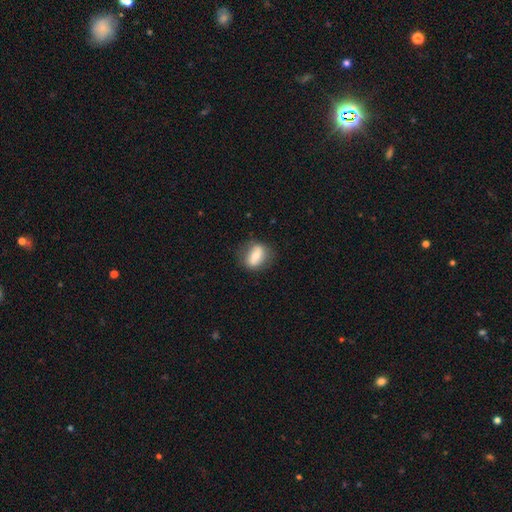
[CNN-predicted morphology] A smooth galaxy with no disk features (57%) that is in between round and cigar-shaped (63%).

Vote fractions:
- Smooth or featured? smooth: 57% / featured or disk: 35% / star or artifact: 7%
- How rounded? in between: 63% / round: 33% / cigar-shaped: 5%
- Merging? none: 77% / minor disturbance: 17% / major disturbance: 5% / merger: 2%